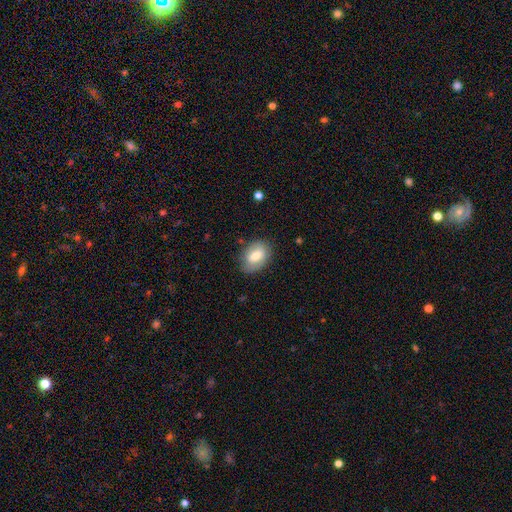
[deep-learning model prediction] Overall: smooth (70%). How rounded: in between (80%). Merging: none (80%).